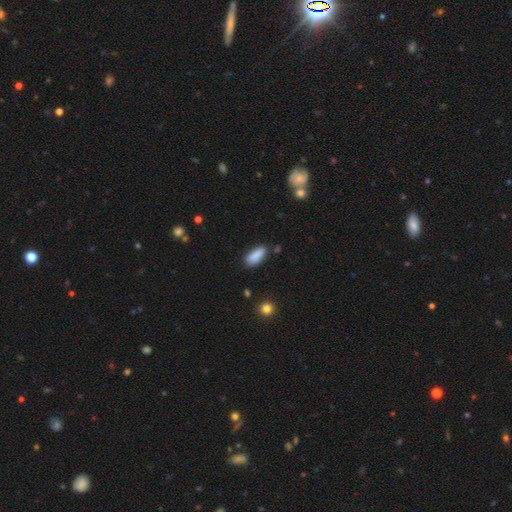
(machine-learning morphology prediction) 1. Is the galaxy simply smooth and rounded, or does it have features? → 88% smooth, 7% star or artifact, 5% featured or disk.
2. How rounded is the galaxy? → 79% in between, 19% cigar-shaped, 2% round.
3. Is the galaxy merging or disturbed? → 79% none, 15% minor disturbance, 3% merger, 3% major disturbance.